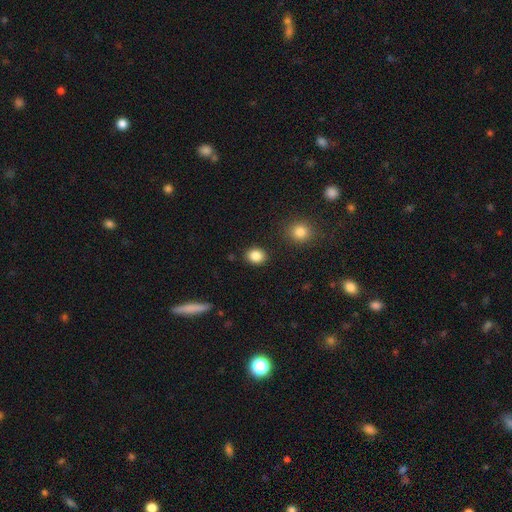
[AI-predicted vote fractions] smooth 86%, star or artifact 9%, featured or disk 5%. Down the decision tree: how rounded — round (56%); merging — none (88%).